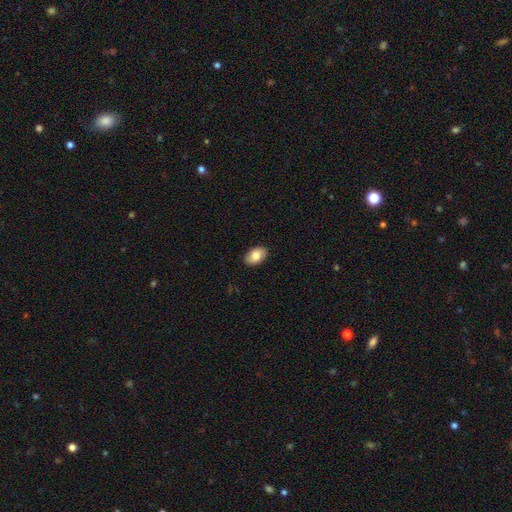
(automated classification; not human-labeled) This is clearly a smooth galaxy (82%). How rounded: clearly in between (90%). Merging: clearly none (89%).